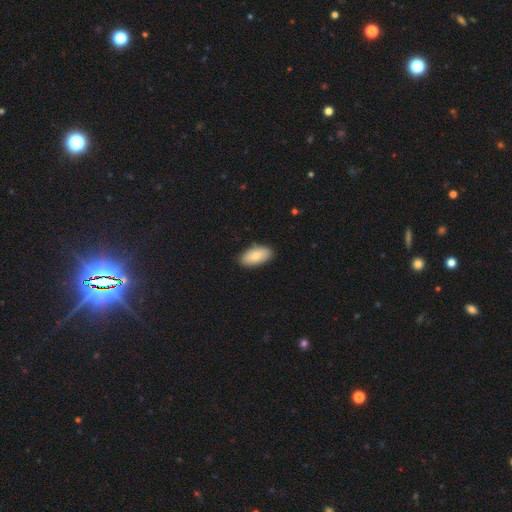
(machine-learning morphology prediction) A smooth galaxy with no disk features (79%) that is in between round and cigar-shaped (93%). Merging: none (86%).